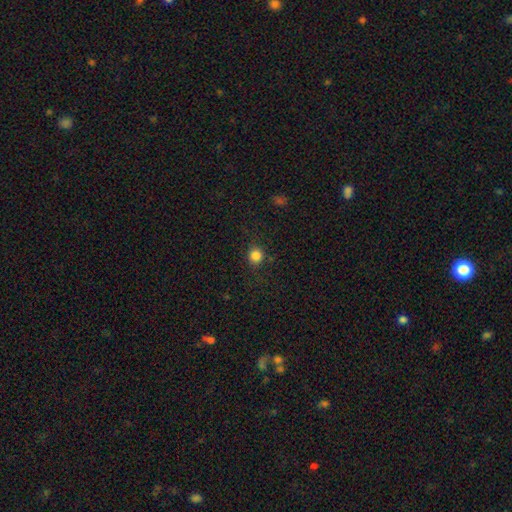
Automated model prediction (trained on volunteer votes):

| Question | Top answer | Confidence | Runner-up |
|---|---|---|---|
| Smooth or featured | smooth | 84% | star or artifact (12%) |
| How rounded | round | 89% | in between (10%) |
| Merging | none | 86% | minor disturbance (9%) |